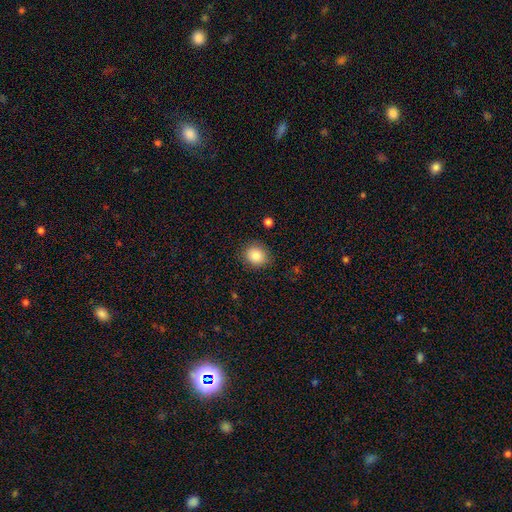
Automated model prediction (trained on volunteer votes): smooth 87%, star or artifact 9%, featured or disk 5%. Down the decision tree: how rounded — round (70%); merging — none (85%).